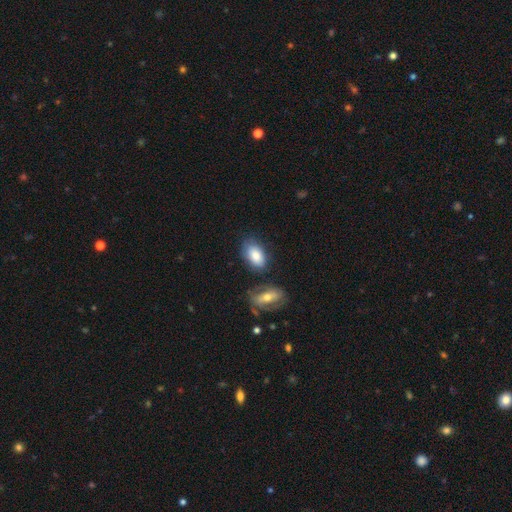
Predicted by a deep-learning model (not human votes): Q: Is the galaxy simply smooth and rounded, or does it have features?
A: smooth — 80%.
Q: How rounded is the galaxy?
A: in between — 92%.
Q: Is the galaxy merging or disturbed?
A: none — 64%.